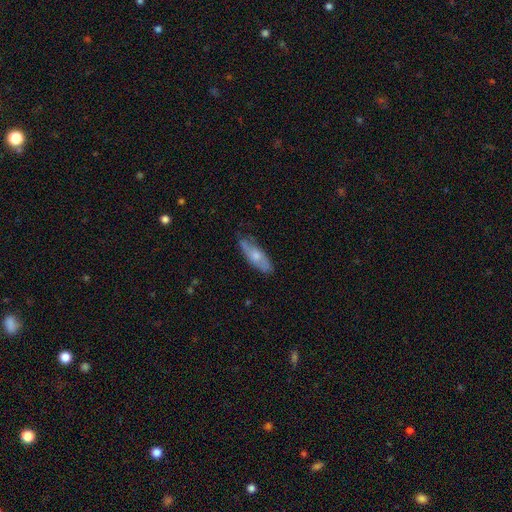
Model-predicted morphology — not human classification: Q: Smooth or featured?
A: smooth (58%); runner-up: featured or disk (37%)
Q: How rounded?
A: in between (59%); runner-up: cigar-shaped (39%)
Q: Merging?
A: none (73%); runner-up: minor disturbance (22%)